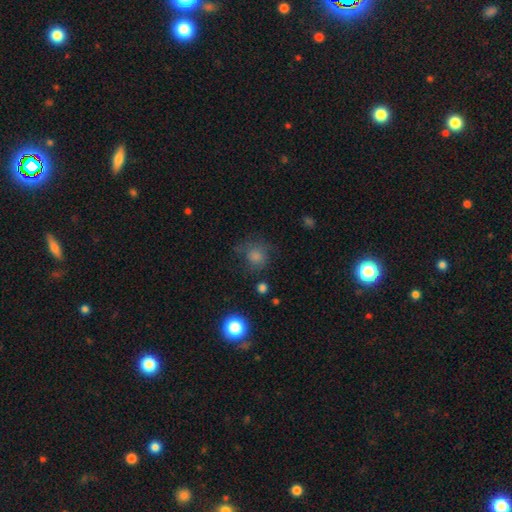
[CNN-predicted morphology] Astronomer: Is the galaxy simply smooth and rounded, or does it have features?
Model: smooth — 75%.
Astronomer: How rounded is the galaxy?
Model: round — 80%.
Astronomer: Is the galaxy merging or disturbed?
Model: none — 57%.